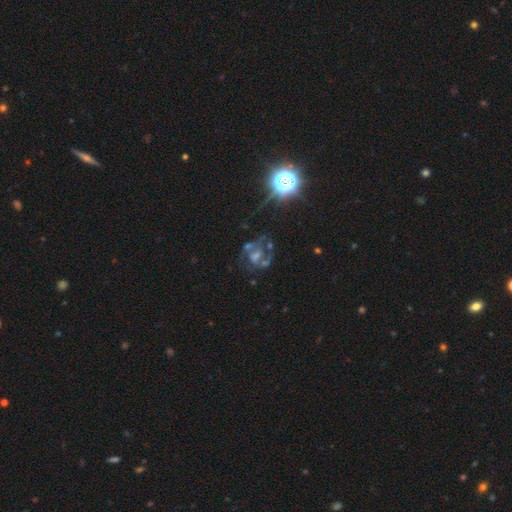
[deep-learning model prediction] A featured or disk galaxy (57%) with no bar (64%), spiral arms (58%) and a moderate central bulge (34%).

Vote fractions:
- Smooth or featured? featured or disk: 57% / star or artifact: 29% / smooth: 14%
- Edge-on disk? no: 97% / yes: 3%
- Bar? no: 64% / weak: 26% / strong: 10%
- Spiral arms? yes: 58% / no: 42%
- Bulge size? moderate: 34% / small: 32% / none: 24% / large: 7% / dominant: 2%
- Merging? none: 46% / major disturbance: 25% / minor disturbance: 15% / merger: 13%